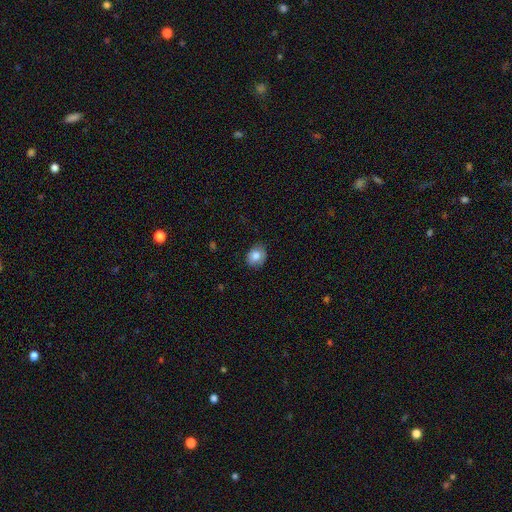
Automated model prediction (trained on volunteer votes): Overall: smooth (79%). How rounded: round (54%; in between 45%). Merging: none (79%).